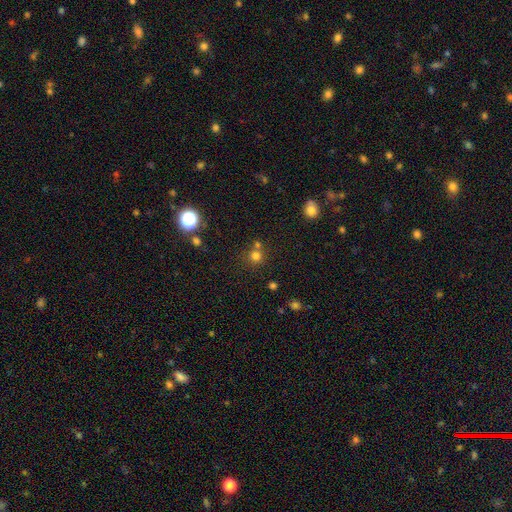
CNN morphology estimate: Overall: smooth (72%). How rounded: round (91%). Merging: none (62%; merger 27%).